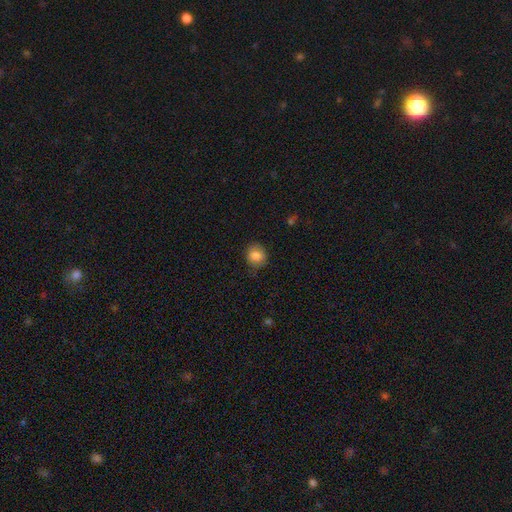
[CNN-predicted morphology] This is clearly a smooth galaxy (83%). How rounded: likely round (76%). Merging: likely none (77%).